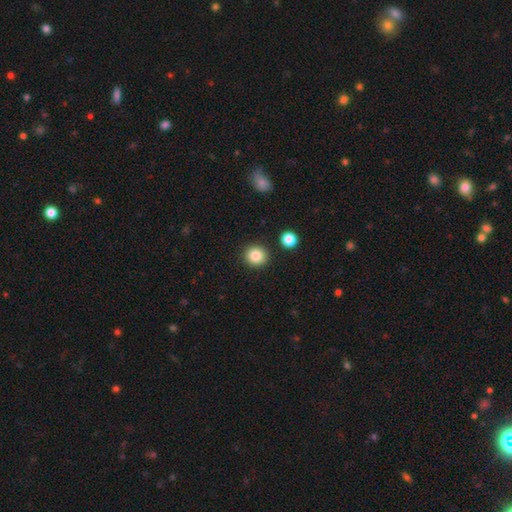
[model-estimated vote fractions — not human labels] This is clearly a smooth galaxy (85%). How rounded: clearly round (91%). Merging: clearly none (90%).